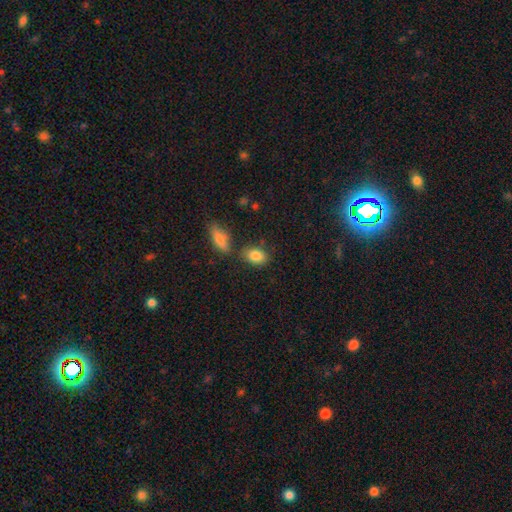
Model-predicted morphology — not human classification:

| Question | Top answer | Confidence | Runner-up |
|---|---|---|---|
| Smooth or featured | smooth | 84% | star or artifact (8%) |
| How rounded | in between | 80% | round (17%) |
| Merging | none | 72% | minor disturbance (13%) |